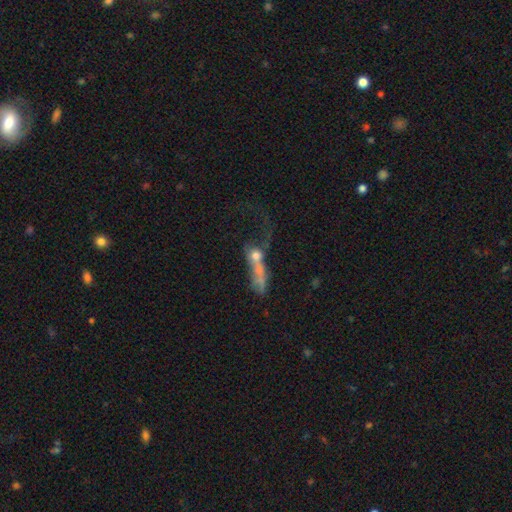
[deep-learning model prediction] Smooth or featured: smooth — 49% (featured or disk — 38%)
Merging: merger — 48% (major disturbance — 29%)